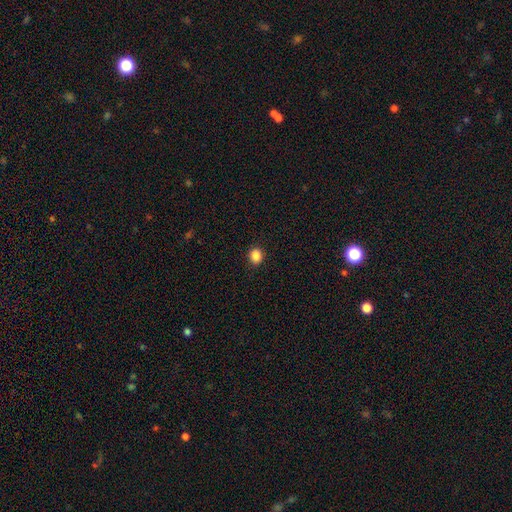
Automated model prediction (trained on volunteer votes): This appears to be a smooth galaxy with no disk features (87%) that is round (63%). Merging: none (90%).